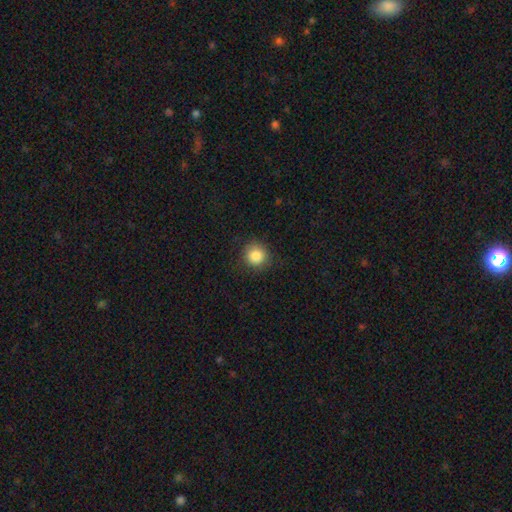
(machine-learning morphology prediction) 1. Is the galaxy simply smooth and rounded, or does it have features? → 86% smooth, 10% star or artifact, 4% featured or disk.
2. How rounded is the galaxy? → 91% round, 8% in between, 1% cigar-shaped.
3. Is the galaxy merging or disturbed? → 87% none, 9% minor disturbance, 3% major disturbance, 1% merger.